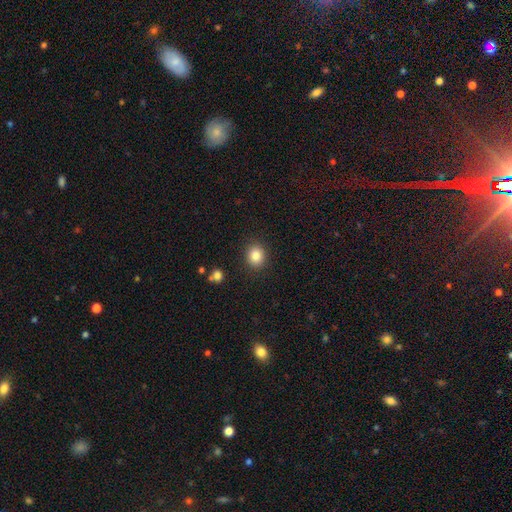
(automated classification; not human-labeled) This is clearly a smooth galaxy (84%). How rounded: likely round (76%). Merging: clearly none (89%).